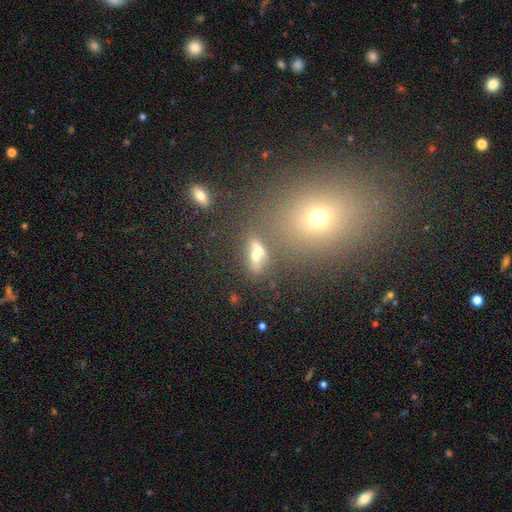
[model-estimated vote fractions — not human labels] smooth_or_featured: smooth (p=0.49) [alt: star or artifact p=0.30]
merging: none (p=0.63) [alt: merger p=0.19]